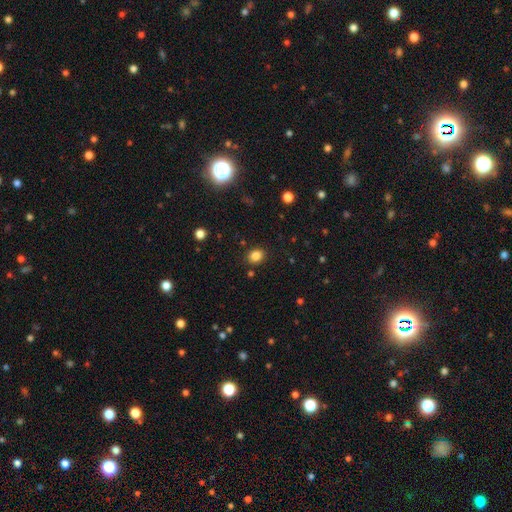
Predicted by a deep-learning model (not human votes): Smooth or featured? smooth (84%)
How rounded? round (51%)
Merging? none (87%)